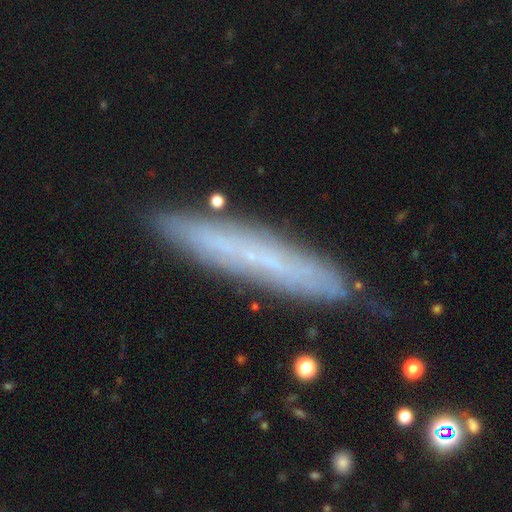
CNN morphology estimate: This appears to be a featured or disk galaxy (51%) viewed edge-on (75%). Merging: none (84%).